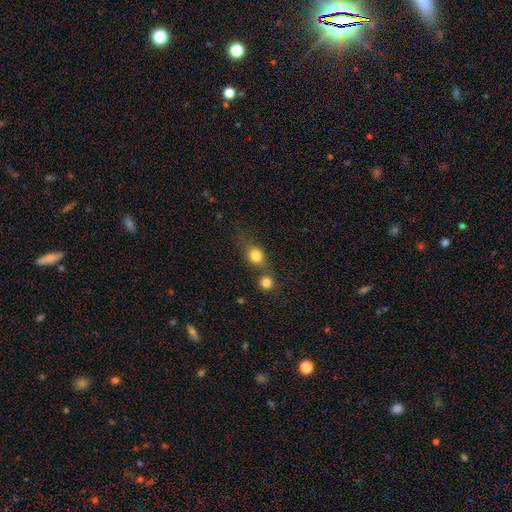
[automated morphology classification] Q: Smooth or featured?
A: smooth (80%); runner-up: star or artifact (11%)
Q: How rounded?
A: round (60%); runner-up: in between (37%)
Q: Merging?
A: none (44%); runner-up: merger (39%)